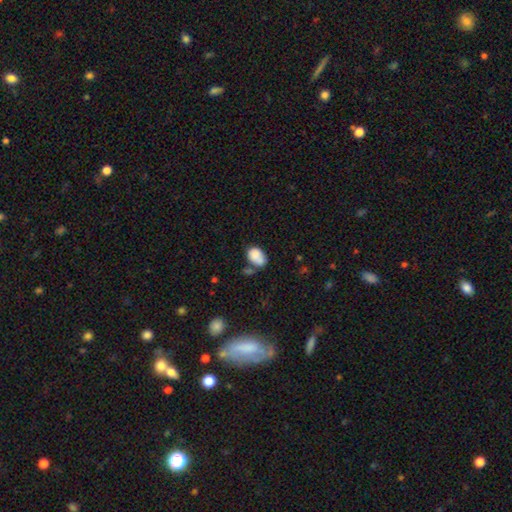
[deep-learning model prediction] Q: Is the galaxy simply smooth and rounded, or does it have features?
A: smooth — 82%.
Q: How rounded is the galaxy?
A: in between — 79%.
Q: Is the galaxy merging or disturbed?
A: none — 41%.